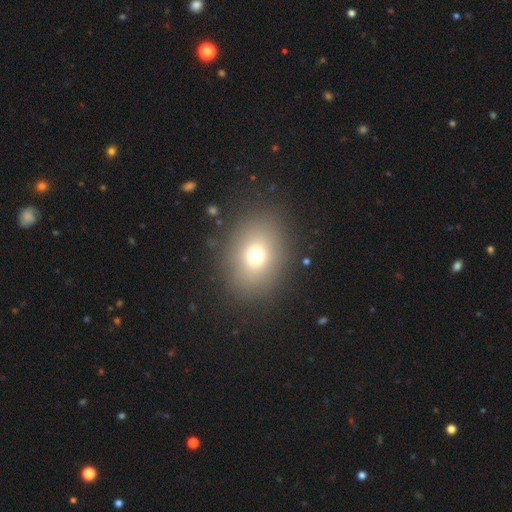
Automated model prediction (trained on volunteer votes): This appears to be a smooth galaxy with no disk features (70%) that is in between round and cigar-shaped (54%). Merging: none (85%).